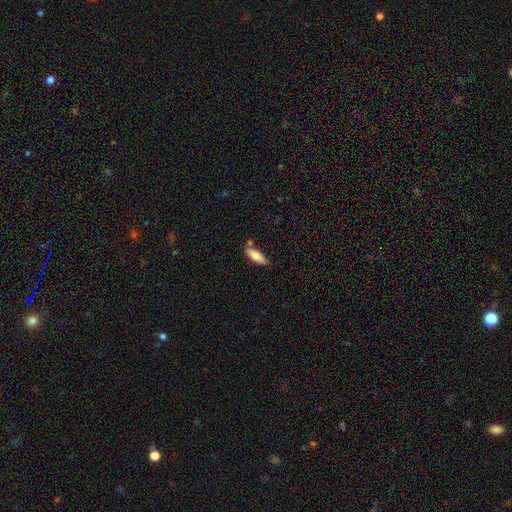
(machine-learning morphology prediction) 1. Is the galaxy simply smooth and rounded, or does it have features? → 81% smooth, 13% featured or disk, 6% star or artifact.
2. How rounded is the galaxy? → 65% in between, 33% cigar-shaped, 2% round.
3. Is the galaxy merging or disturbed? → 67% none, 19% minor disturbance, 10% merger, 4% major disturbance.